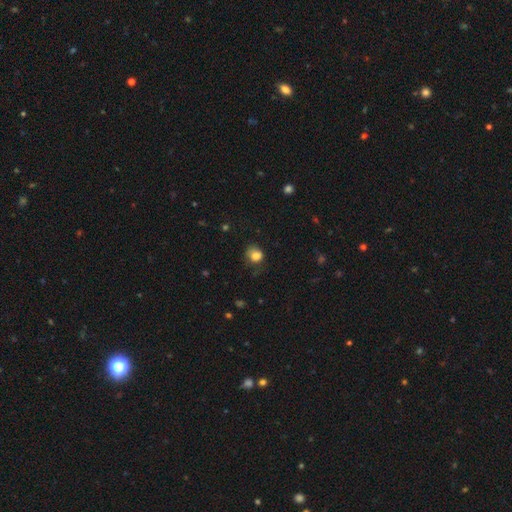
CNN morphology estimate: smooth 81%, star or artifact 11%, featured or disk 9%. Down the decision tree: how rounded — round (71%); merging — none (57%).